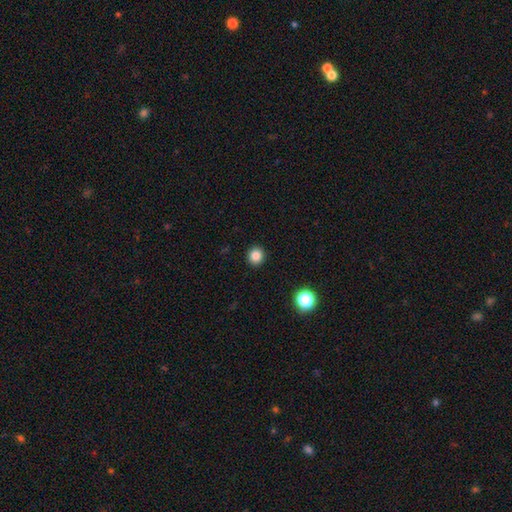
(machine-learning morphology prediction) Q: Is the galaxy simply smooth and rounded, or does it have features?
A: smooth — 84%.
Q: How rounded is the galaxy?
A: round — 90%.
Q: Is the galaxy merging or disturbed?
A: none — 93%.